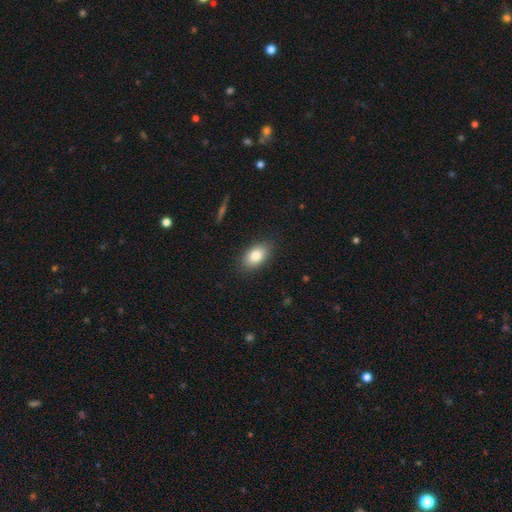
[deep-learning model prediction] Smooth or featured? smooth (82%)
How rounded? in between (88%)
Merging? none (86%)